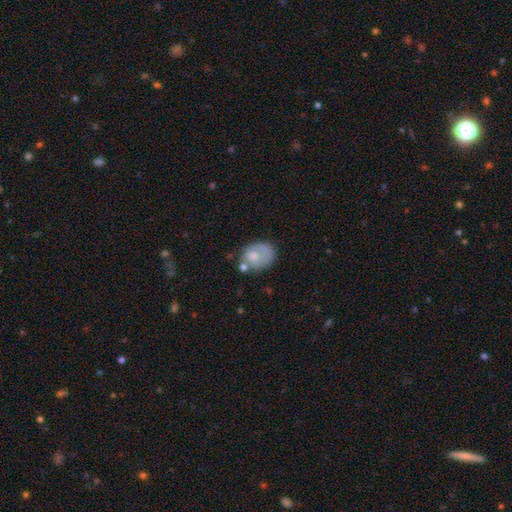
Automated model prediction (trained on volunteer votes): This is likely a smooth galaxy (63%). How rounded: possibly in between (53%). Merging: possibly none (46%).